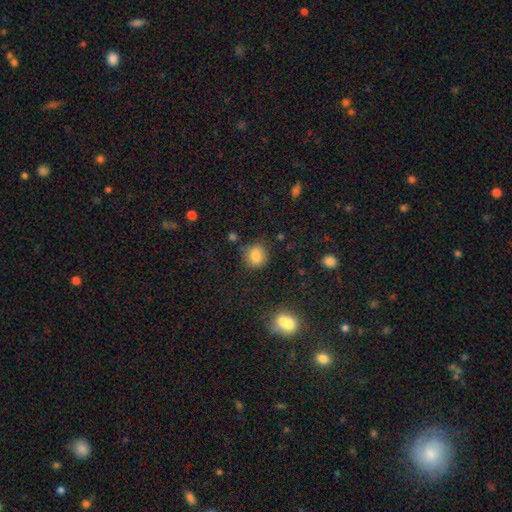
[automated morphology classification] Overall: smooth (82%). How rounded: round (80%). Merging: none (82%).